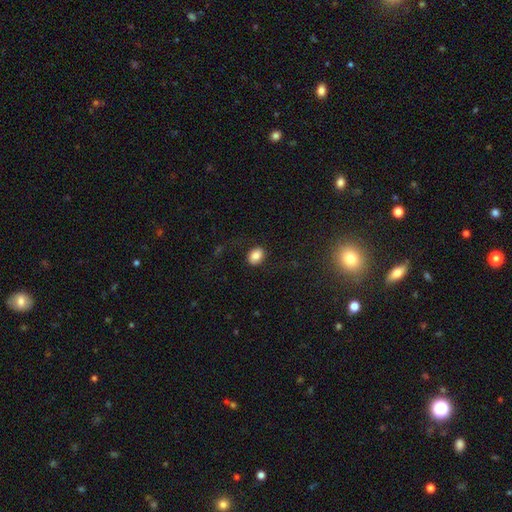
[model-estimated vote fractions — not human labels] The model was most divided on "how rounded": in between: 66%, round: 33%, cigar-shaped: 1%. More confident: merging — none (82%); smooth or featured — smooth (82%).